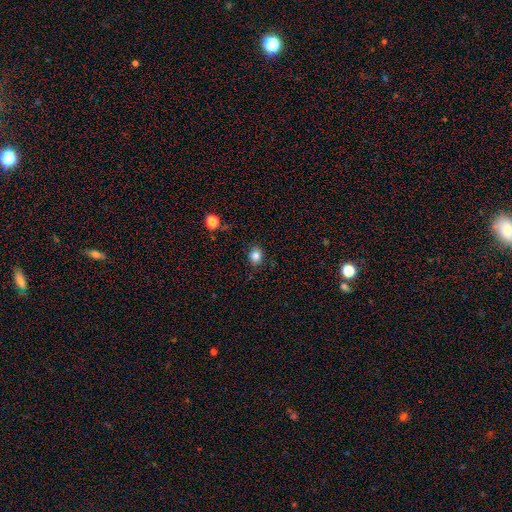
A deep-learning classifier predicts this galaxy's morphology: Smooth or featured? smooth (83%)
How rounded? round (67%)
Merging? none (83%)